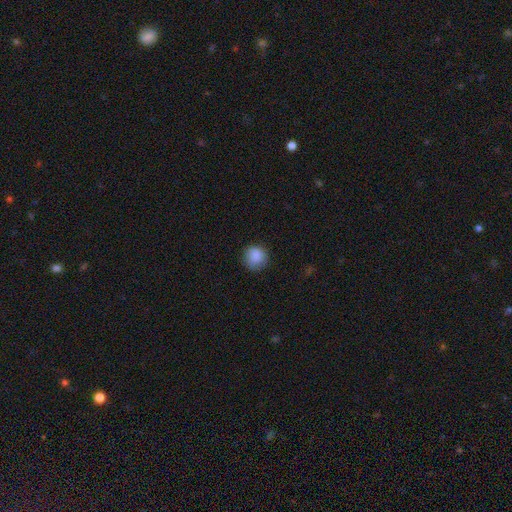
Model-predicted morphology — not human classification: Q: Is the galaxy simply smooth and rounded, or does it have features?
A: smooth — 87%.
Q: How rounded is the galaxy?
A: round — 90%.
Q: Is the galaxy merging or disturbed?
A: none — 81%.